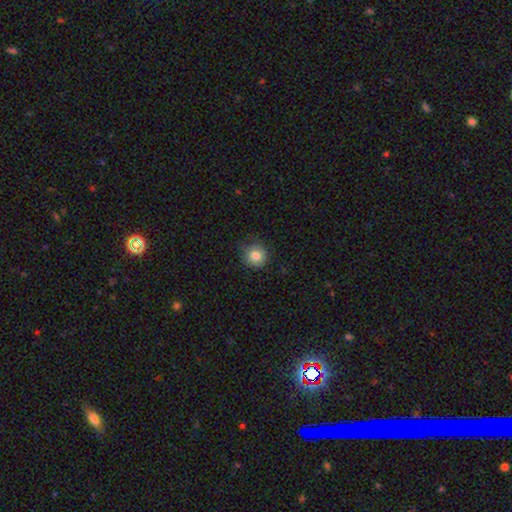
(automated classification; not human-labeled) Smooth or featured: smooth — 82% (star or artifact — 11%)
How rounded: round — 92% (in between — 7%)
Merging: none — 81% (minor disturbance — 15%)